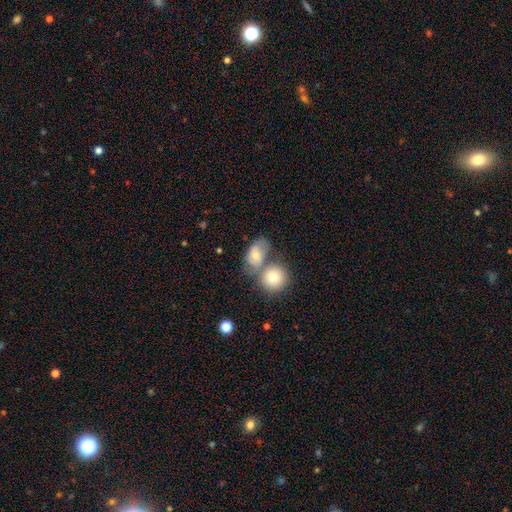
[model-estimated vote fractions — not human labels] Smooth or featured? Predicted: smooth (p=0.63). How rounded? Predicted: in between (p=0.63). Merging? Predicted: merger (p=0.44).